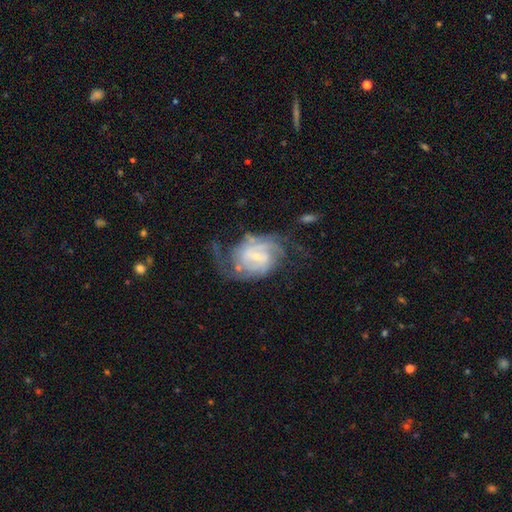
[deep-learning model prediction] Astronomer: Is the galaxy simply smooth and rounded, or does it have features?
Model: featured or disk — 85%.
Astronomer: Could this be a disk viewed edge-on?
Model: no — 97%.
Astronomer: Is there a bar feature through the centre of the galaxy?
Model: weak — 52% (runner-up: no, 31%).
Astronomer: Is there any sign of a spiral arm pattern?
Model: yes — 95%.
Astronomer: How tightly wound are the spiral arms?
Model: medium — 44% (runner-up: tight, 37%).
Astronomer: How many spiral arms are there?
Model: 2 — 58%.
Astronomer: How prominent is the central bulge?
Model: small — 68%.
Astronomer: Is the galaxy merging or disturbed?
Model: none — 58%.